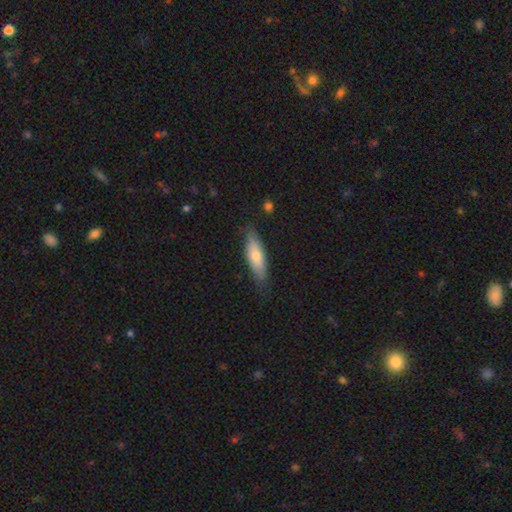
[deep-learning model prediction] The model was most divided on "how rounded": cigar-shaped: 50%, in between: 48%, round: 2%. More confident: merging — none (79%); smooth or featured — smooth (64%).